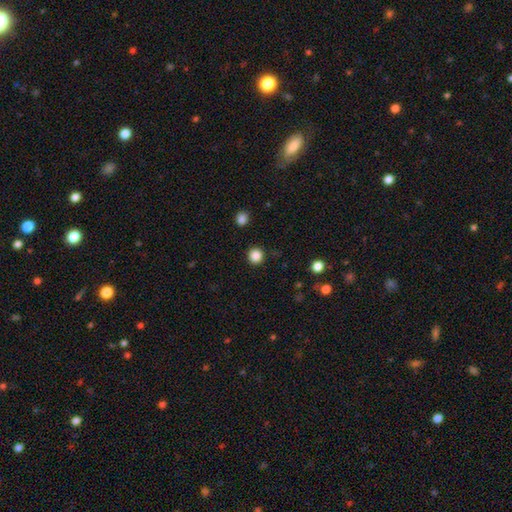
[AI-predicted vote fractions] A smooth galaxy with no disk features (86%) that is round (94%). Merging: none (91%).